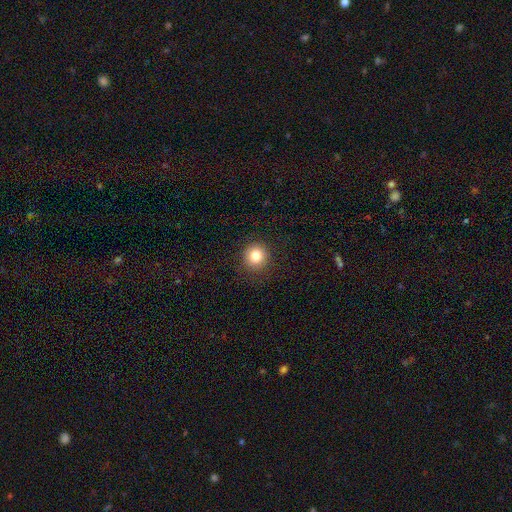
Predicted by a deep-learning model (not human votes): smooth 82%, star or artifact 11%, featured or disk 7%. Down the decision tree: how rounded — round (93%); merging — none (89%).